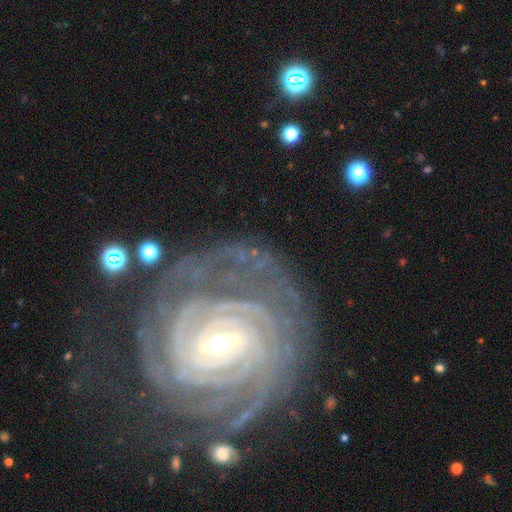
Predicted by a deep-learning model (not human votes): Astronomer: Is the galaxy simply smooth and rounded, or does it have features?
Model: featured or disk — 91%.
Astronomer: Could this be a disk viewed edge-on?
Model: no — 97%.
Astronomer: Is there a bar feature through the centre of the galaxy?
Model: strong — 45% (runner-up: weak, 41%).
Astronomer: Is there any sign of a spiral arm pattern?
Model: yes — 98%.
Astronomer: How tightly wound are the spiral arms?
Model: tight — 86%.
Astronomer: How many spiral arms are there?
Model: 4 — 23% (runner-up: can't tell, 20%).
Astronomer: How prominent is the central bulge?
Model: small — 59% (runner-up: moderate, 38%).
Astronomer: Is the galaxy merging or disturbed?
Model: none — 73%.